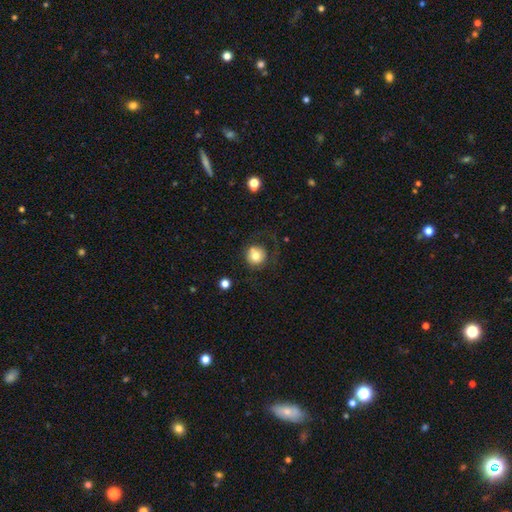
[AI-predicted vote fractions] Q: Smooth or featured?
A: smooth (74%); runner-up: featured or disk (16%)
Q: How rounded?
A: round (93%); runner-up: in between (6%)
Q: Merging?
A: none (62%); runner-up: major disturbance (16%)